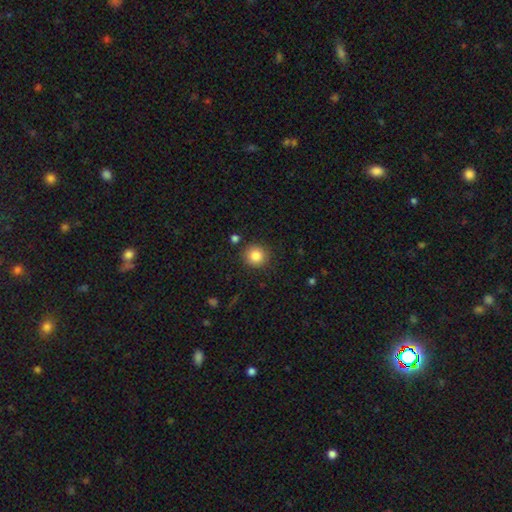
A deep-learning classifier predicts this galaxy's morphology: The model was most divided on "smooth or featured": smooth: 84%, star or artifact: 10%, featured or disk: 5%. More confident: how rounded — round (93%); merging — none (89%).